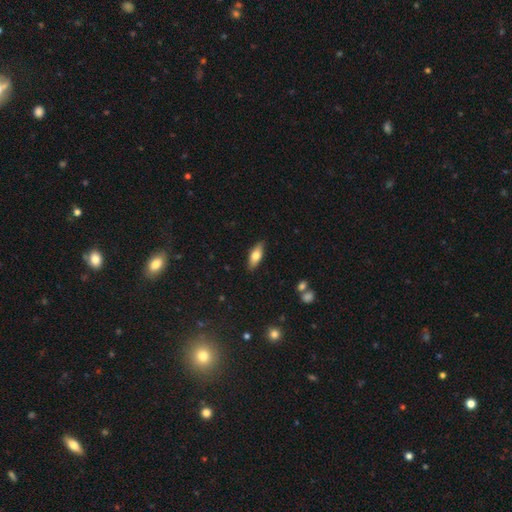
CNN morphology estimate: The model was most divided on "smooth or featured": smooth: 70%, featured or disk: 24%, star or artifact: 6%. More confident: merging — none (87%); how rounded — in between (72%).